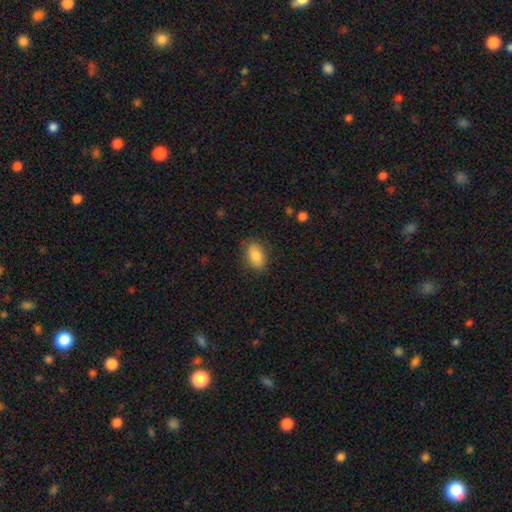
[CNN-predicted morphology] A smooth galaxy with no disk features (84%) that is in between round and cigar-shaped (90%). Merging: none (84%).